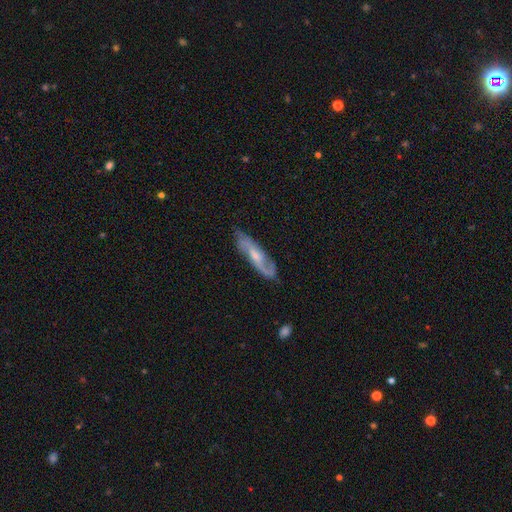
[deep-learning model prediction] A featured or disk galaxy (77%) with no bar (45%), 2 (79%) medium (46%) spiral arms (93%) and a moderate central bulge (46%). Merging: none (74%).